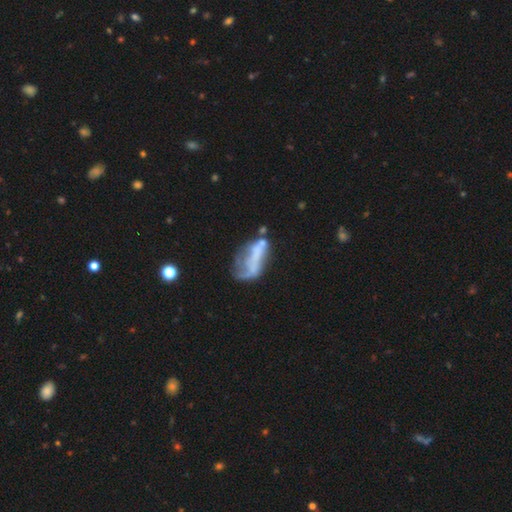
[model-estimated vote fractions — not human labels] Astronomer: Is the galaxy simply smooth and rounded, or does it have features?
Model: featured or disk — 53% (runner-up: smooth, 36%).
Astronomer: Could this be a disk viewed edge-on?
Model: no — 93%.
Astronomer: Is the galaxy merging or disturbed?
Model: major disturbance — 38% (runner-up: none, 25%).